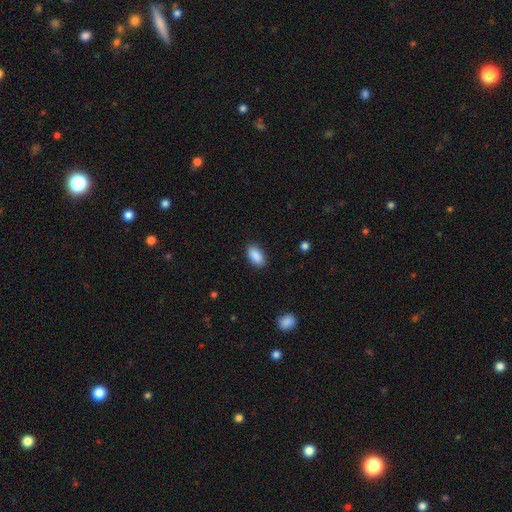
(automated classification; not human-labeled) This appears to be a smooth galaxy with no disk features (89%) that is in between round and cigar-shaped (93%). Merging: none (87%).